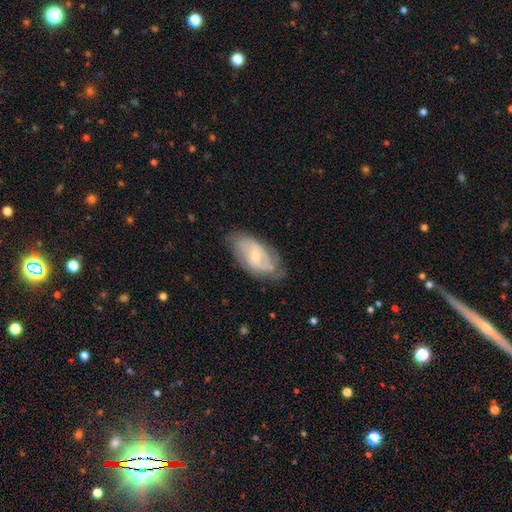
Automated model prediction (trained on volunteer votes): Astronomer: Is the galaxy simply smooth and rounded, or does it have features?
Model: featured or disk — 69%.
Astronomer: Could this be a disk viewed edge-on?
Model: no — 95%.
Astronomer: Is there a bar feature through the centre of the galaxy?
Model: no — 49% (runner-up: weak, 41%).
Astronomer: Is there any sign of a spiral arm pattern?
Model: yes — 85%.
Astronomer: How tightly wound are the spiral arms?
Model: medium — 42% (runner-up: tight, 40%).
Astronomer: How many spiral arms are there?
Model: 2 — 53% (runner-up: can't tell, 31%).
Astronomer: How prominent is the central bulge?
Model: small — 64%.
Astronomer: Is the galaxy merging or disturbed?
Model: none — 65%.